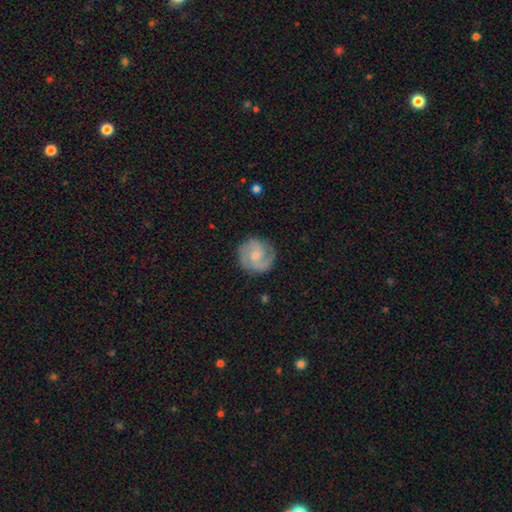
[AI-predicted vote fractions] smooth-or-featured: featured or disk: 60% | smooth: 34% | star or artifact: 6%
  disk-edge-on: no: 98% | yes: 2%
    bar: no: 60% | weak: 35% | strong: 5%
    has-spiral-arms: yes: 89% | no: 11%
      spiral-winding: tight: 44% | medium: 42% | loose: 15%
      spiral-arm-count: 2: 57% | can't tell: 19% | 3: 12% | 1: 6% | 4: 3% | more than 4: 3%
    bulge-size: small: 49% | moderate: 41% | none: 6% | large: 3% | dominant: 1%
  merging: none: 81% | minor disturbance: 14% | major disturbance: 4% | merger: 1%